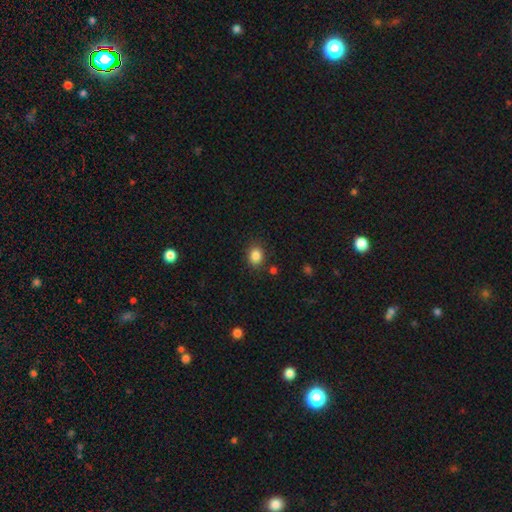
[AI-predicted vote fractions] Smooth or featured? Predicted: smooth (p=0.86). How rounded? Predicted: round (p=0.55). Merging? Predicted: none (p=0.84).